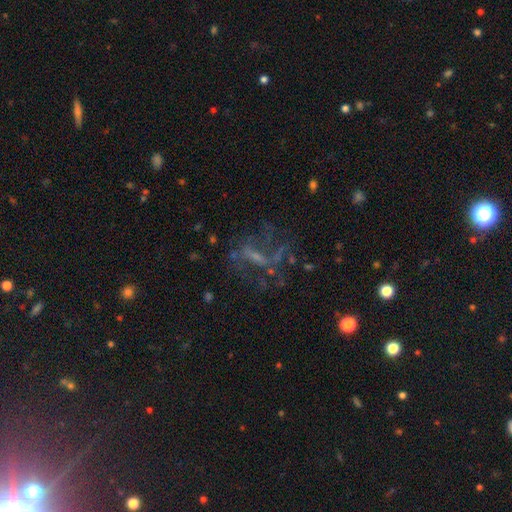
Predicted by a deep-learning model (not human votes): Morphology: type=featured or disk (61%); edge-on=no (91%); bar=weak (37%); spiral arms=yes (51%); bulge=small (39%); merging=none (47%).